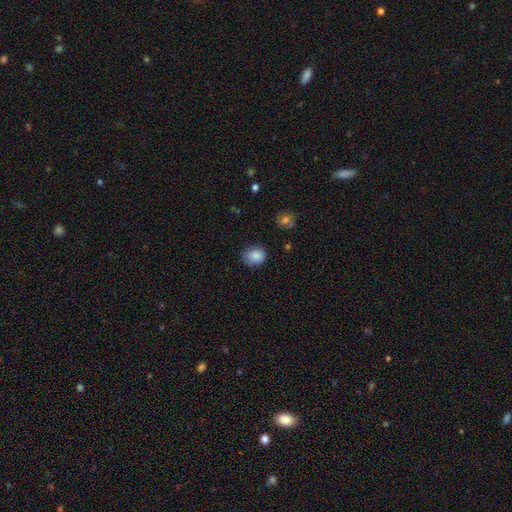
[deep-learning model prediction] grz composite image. It shows a smooth galaxy with no disk features (86%) that is round (57%). Merging: none (73%).